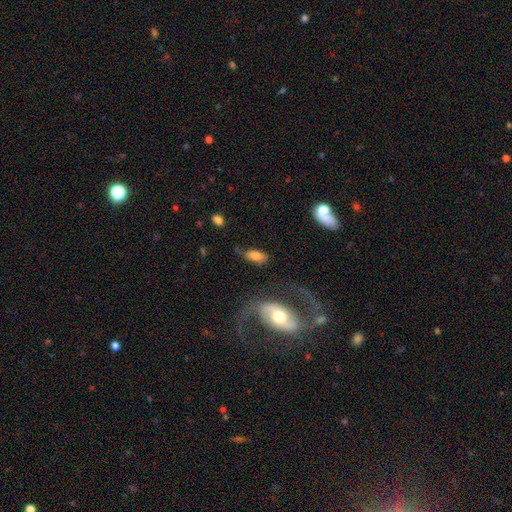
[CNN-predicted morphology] A smooth galaxy with no disk features (67%) that is in between round and cigar-shaped (88%). Merging: none (61%).